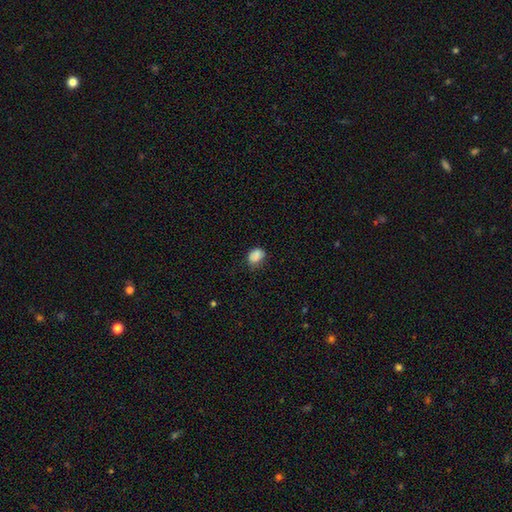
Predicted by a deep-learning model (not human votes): Morphology: type=smooth (86%); roundness=in between (65%); merging=none (65%).